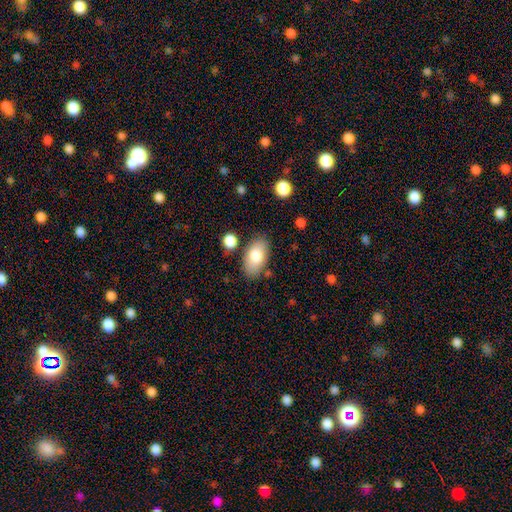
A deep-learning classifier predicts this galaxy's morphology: A smooth galaxy with no disk features (80%) that is in between round and cigar-shaped (94%).

Vote fractions:
- Smooth or featured? smooth: 80% / featured or disk: 14% / star or artifact: 6%
- How rounded? in between: 94% / round: 4% / cigar-shaped: 2%
- Merging? none: 80% / minor disturbance: 13% / merger: 4% / major disturbance: 3%